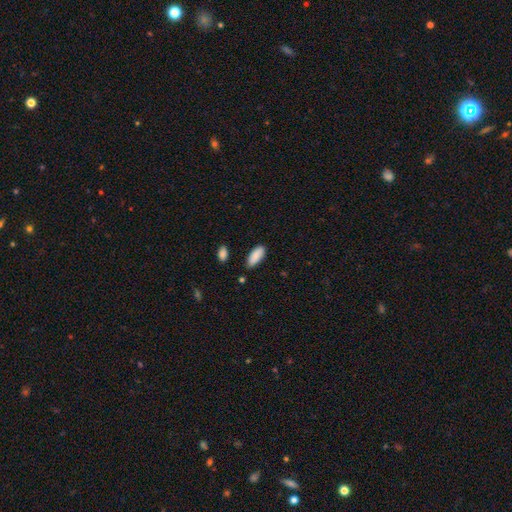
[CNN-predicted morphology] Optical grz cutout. It shows a smooth galaxy with no disk features (89%) that is in between round and cigar-shaped (84%). Merging: none (79%).